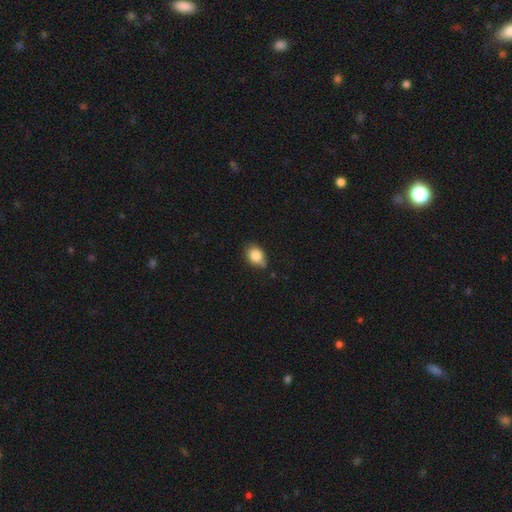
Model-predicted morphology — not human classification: A smooth galaxy with no disk features (84%) that is in between round and cigar-shaped (72%). Merging: none (69%).